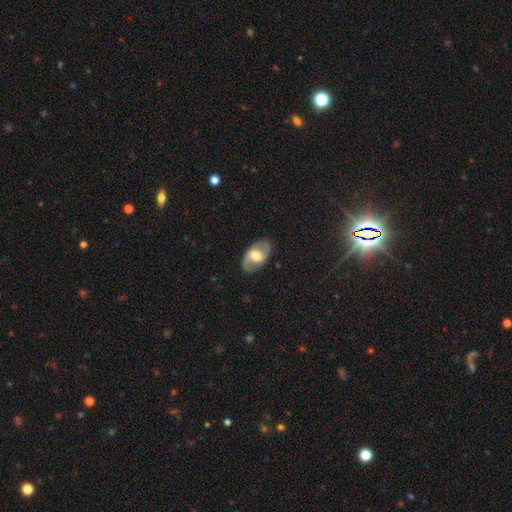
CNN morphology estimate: This is likely a featured or disk galaxy (70%). It is clearly not viewed edge-on (94%). Bar: possibly weak (46%). Spiral arm pattern: clearly yes (81%). Spiral arm count: clearly 2 (88%). Spiral winding: possibly medium (50%). Central bulge: possibly moderate (55%). Merging: clearly none (83%).